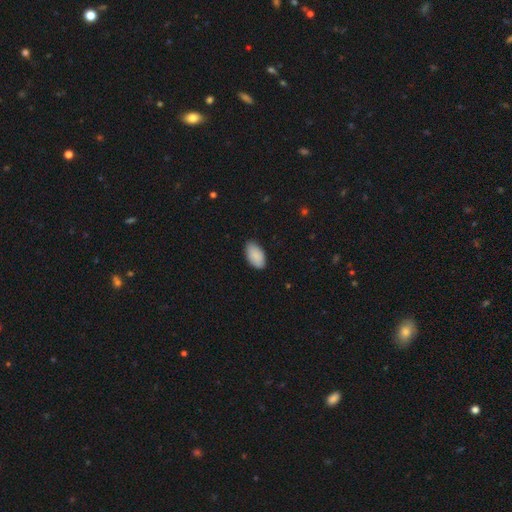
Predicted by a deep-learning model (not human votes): Q: Smooth or featured?
A: smooth (89%); runner-up: star or artifact (6%)
Q: How rounded?
A: in between (95%); runner-up: round (3%)
Q: Merging?
A: none (85%); runner-up: minor disturbance (12%)